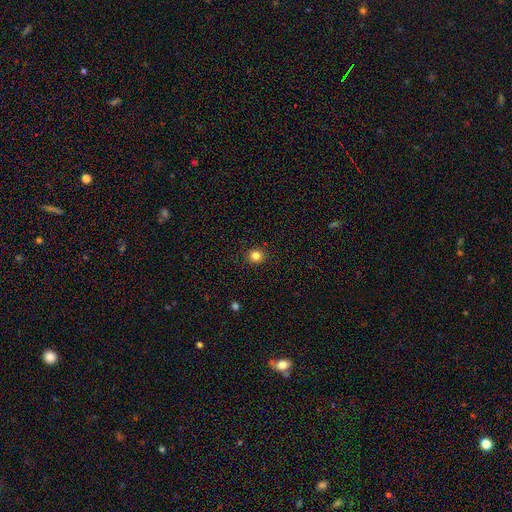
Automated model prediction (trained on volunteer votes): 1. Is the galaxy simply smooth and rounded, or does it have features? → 84% smooth, 12% star or artifact, 4% featured or disk.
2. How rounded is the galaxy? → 88% round, 11% in between, 1% cigar-shaped.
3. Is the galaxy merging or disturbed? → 91% none, 6% minor disturbance, 2% major disturbance, 1% merger.